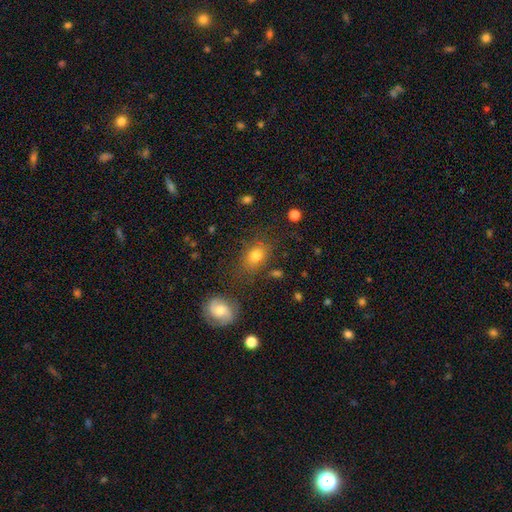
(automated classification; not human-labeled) Smooth or featured: smooth — 75% (star or artifact — 13%)
How rounded: in between — 65% (round — 34%)
Merging: none — 74% (minor disturbance — 15%)